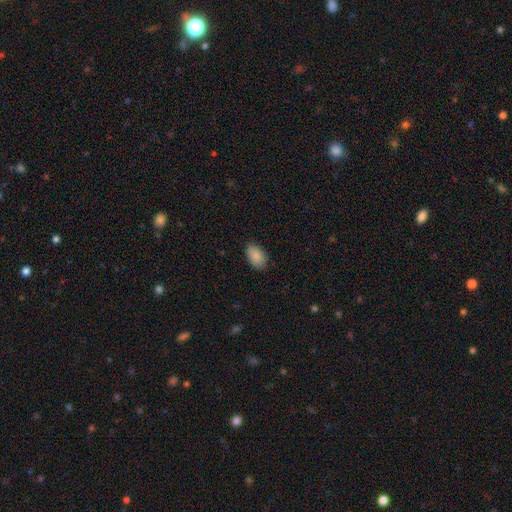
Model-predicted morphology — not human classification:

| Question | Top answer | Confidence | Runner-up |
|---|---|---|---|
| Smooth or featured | smooth | 88% | star or artifact (7%) |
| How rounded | in between | 93% | round (6%) |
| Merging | none | 84% | minor disturbance (13%) |